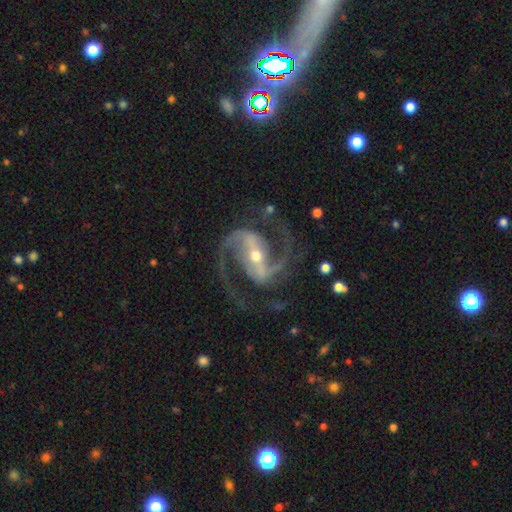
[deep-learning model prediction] The model was most divided on "bulge size": small: 50%, moderate: 47%, large: 2%, none: 1%, dominant: 1%. More confident: spiral arms — yes (99%); edge-on disk — no (98%); smooth or featured — featured or disk (94%); spiral arm count — 2 (94%); merging — none (80%); spiral winding — medium (69%); bar — strong (66%).